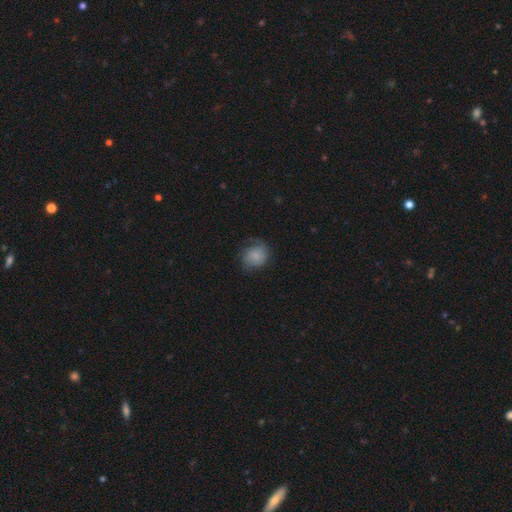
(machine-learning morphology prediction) Q: Smooth or featured?
A: smooth (68%); runner-up: featured or disk (24%)
Q: How rounded?
A: round (68%); runner-up: in between (31%)
Q: Merging?
A: none (56%); runner-up: minor disturbance (28%)